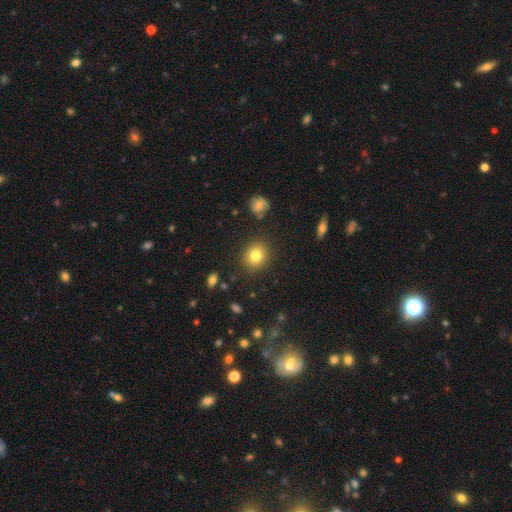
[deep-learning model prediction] This is clearly a smooth galaxy (81%). How rounded: likely round (74%). Merging: clearly none (88%).